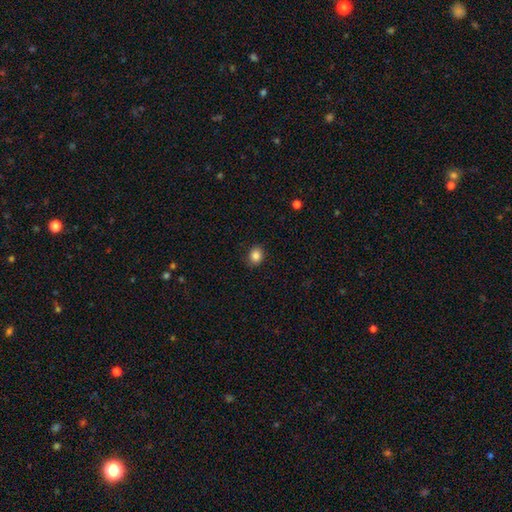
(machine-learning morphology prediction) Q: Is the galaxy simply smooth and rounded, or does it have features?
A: smooth — 85%.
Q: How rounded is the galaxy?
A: round — 66%.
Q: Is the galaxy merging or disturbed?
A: none — 86%.